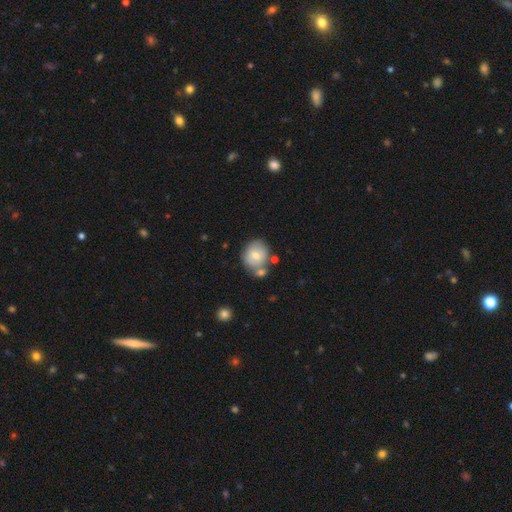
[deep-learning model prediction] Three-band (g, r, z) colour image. It shows a smooth galaxy with no disk features (71%) that is round (71%). Merging: none (56%).